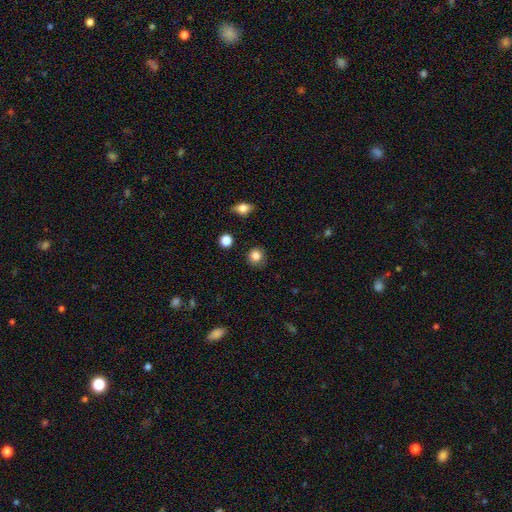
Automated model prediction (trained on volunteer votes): Smooth or featured: smooth — 84% (star or artifact — 11%)
How rounded: round — 91% (in between — 8%)
Merging: none — 87% (minor disturbance — 9%)